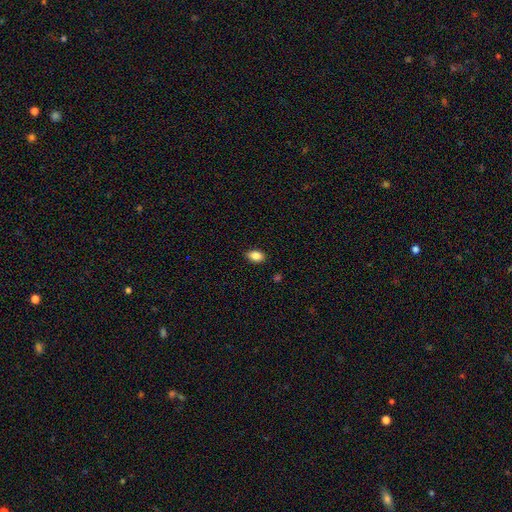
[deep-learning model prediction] Smooth or featured: smooth — 87% (star or artifact — 9%)
How rounded: in between — 87% (round — 11%)
Merging: none — 88% (minor disturbance — 9%)